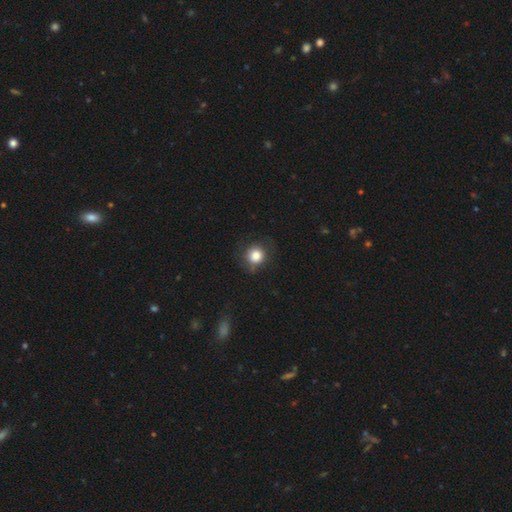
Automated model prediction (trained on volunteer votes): smooth-or-featured: smooth: 84% | star or artifact: 10% | featured or disk: 7%
  how-rounded: round: 88% | in between: 11% | cigar-shaped: 1%
  merging: none: 77% | minor disturbance: 16% | major disturbance: 6% | merger: 1%